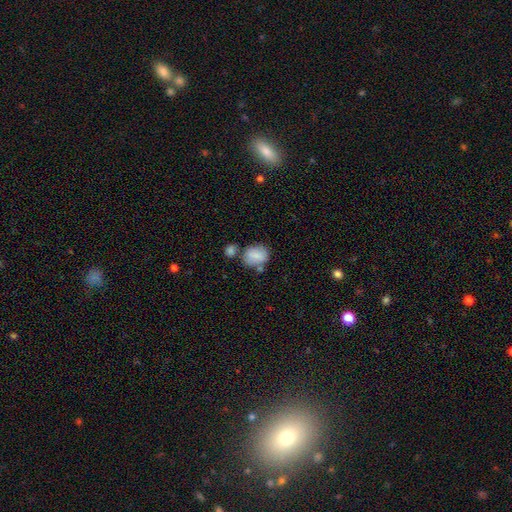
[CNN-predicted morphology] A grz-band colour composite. It shows a smooth galaxy with no disk features (81%) that is in between round and cigar-shaped (50%). Merging: none (56%).